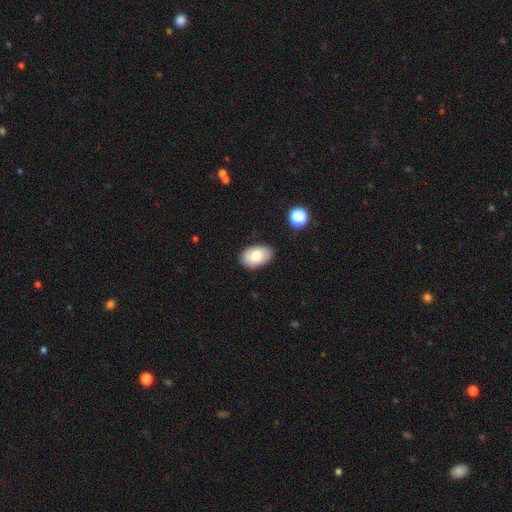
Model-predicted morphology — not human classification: Overall: smooth (78%). How rounded: in between (89%). Merging: none (85%).